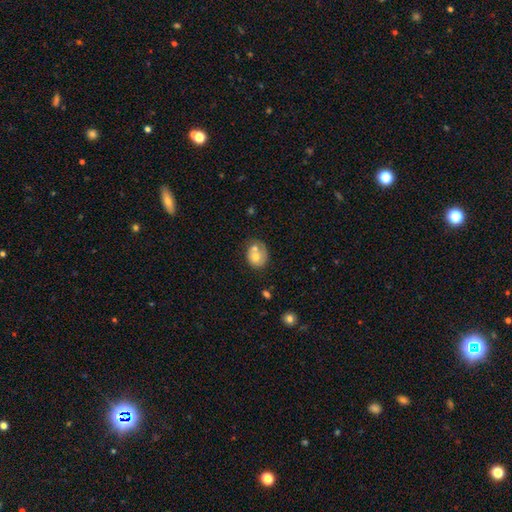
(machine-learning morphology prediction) The model was most divided on "merging": merger: 43%, none: 32%, minor disturbance: 17%, major disturbance: 9%. More confident: smooth or featured — smooth (59%); how rounded — round (57%).